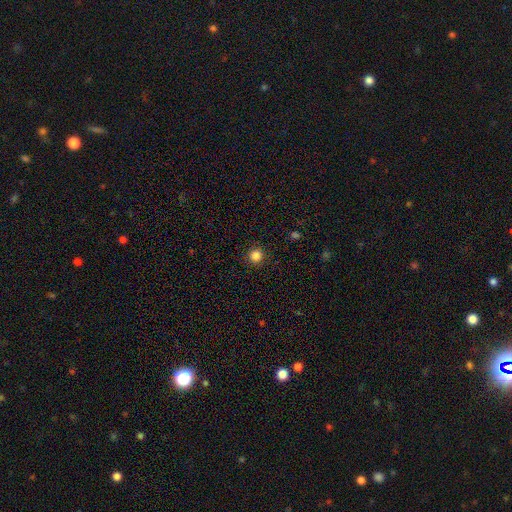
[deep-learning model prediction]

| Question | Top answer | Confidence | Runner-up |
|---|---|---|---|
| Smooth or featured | smooth | 84% | star or artifact (12%) |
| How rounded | round | 95% | in between (4%) |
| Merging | none | 92% | minor disturbance (5%) |